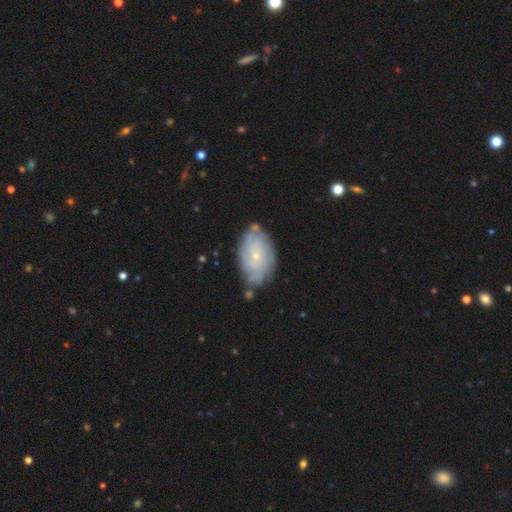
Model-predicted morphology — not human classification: Overall: featured or disk (57%; smooth 36%). Edge-on disk: no (95%). Bar: no (80%). Spiral arms: yes (72%). Bulge size: small (79%). Merging: none (70%).